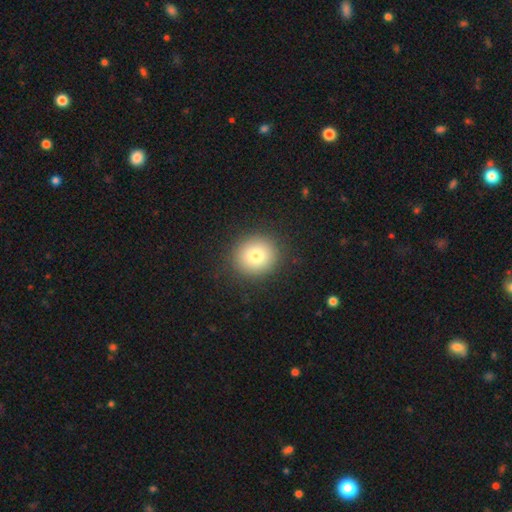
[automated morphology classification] Smooth or featured: smooth — 78% (star or artifact — 11%)
How rounded: round — 88% (in between — 11%)
Merging: none — 90% (minor disturbance — 6%)